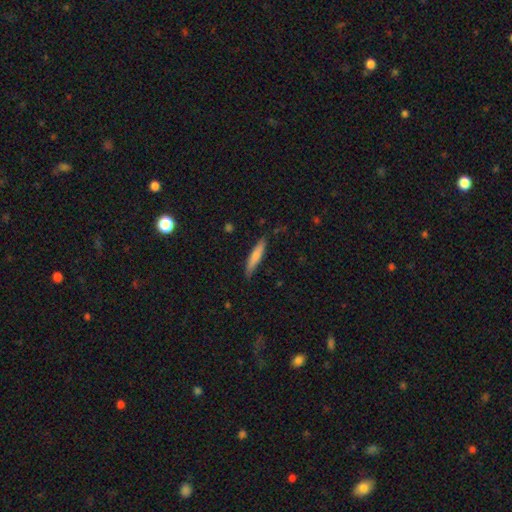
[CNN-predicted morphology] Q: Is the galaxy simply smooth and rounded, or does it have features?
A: smooth — 74%.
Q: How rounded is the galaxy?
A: cigar-shaped — 89%.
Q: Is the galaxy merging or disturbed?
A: none — 82%.